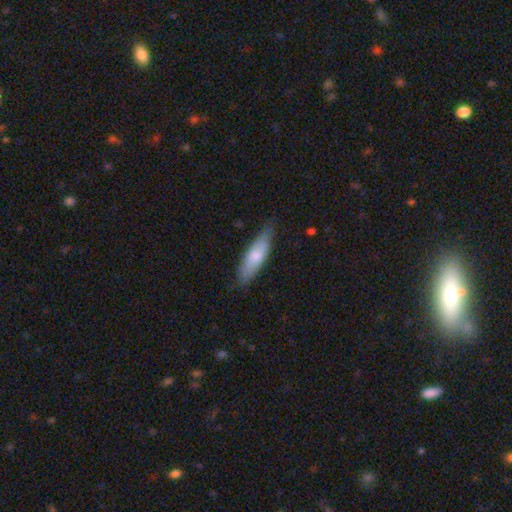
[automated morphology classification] smooth-or-featured: smooth: 71% | featured or disk: 24% | star or artifact: 5%
  how-rounded: cigar-shaped: 55% | in between: 43% | round: 2%
  merging: none: 76% | minor disturbance: 20% | major disturbance: 3% | merger: 1%